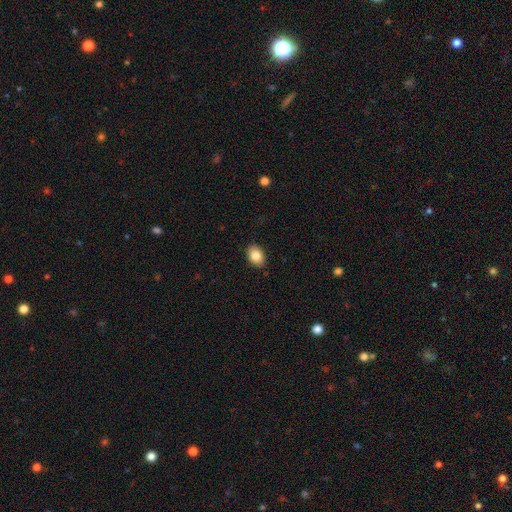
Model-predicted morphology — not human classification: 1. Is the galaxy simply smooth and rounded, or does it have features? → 86% smooth, 8% star or artifact, 7% featured or disk.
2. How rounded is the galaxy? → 78% in between, 21% round, 1% cigar-shaped.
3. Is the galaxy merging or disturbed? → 89% none, 8% minor disturbance, 2% major disturbance, 1% merger.